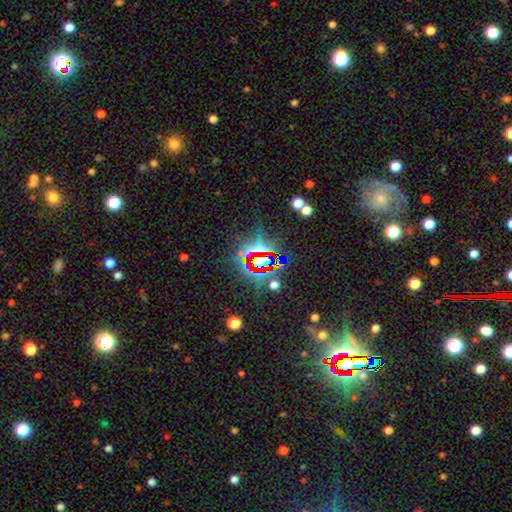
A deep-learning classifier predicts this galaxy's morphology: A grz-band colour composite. It shows a star or artifact, not a galaxy (74%).